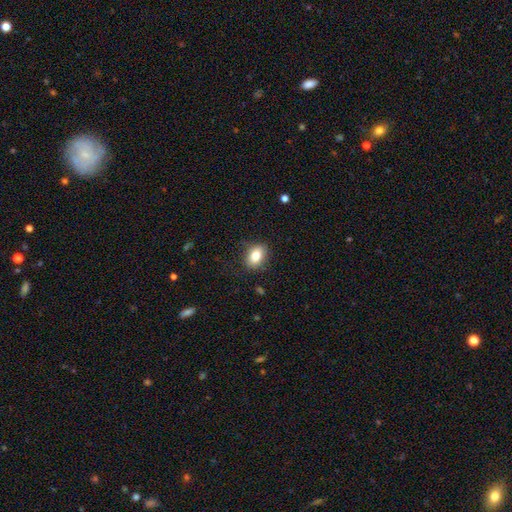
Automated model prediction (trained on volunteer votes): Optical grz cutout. It shows a smooth galaxy with no disk features (83%) that is in between round and cigar-shaped (77%). Merging: none (83%).